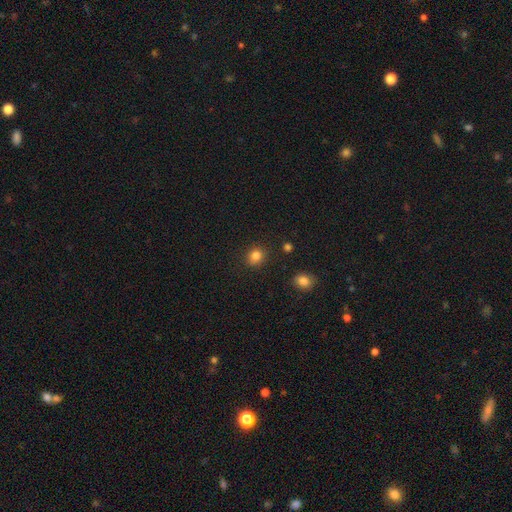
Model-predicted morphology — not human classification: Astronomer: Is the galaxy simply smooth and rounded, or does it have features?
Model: smooth — 83%.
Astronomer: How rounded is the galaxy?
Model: round — 75%.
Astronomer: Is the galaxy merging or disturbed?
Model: none — 86%.